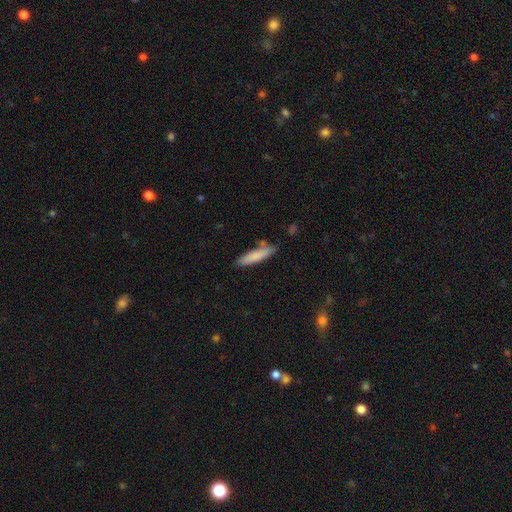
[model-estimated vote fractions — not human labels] Smooth or featured?
  - smooth: 81% *
  - featured or disk: 13%
  - star or artifact: 6%
How rounded?
  - cigar-shaped: 80% *
  - in between: 19%
  - round: 1%
Merging?
  - none: 78% *
  - minor disturbance: 14%
  - merger: 6%
  - major disturbance: 3%